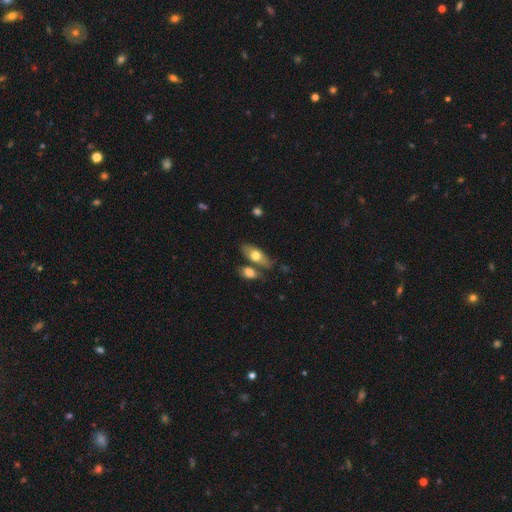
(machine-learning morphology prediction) This is likely a smooth galaxy (68%). How rounded: clearly in between (81%). Merging: possibly none (58%).